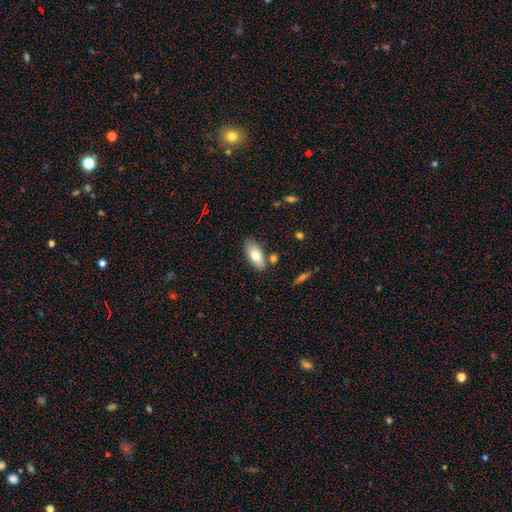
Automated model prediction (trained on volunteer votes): The model was most divided on "smooth or featured": smooth: 76%, featured or disk: 18%, star or artifact: 7%. More confident: how rounded — in between (89%); merging — none (77%).